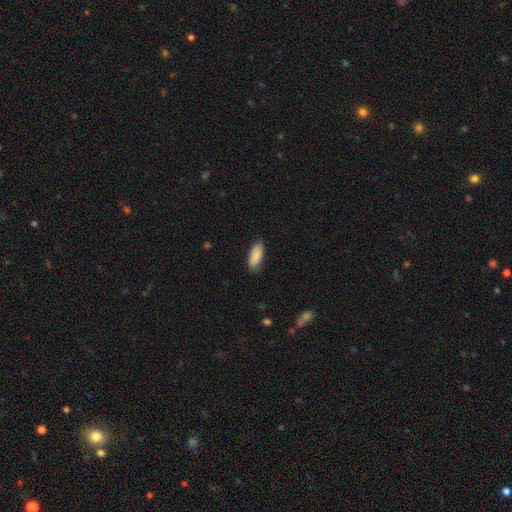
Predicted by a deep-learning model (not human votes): smooth_or_featured: smooth (p=0.86) [alt: featured or disk p=0.08]
how_rounded: in between (p=0.84) [alt: cigar-shaped p=0.14]
merging: none (p=0.80) [alt: minor disturbance p=0.16]